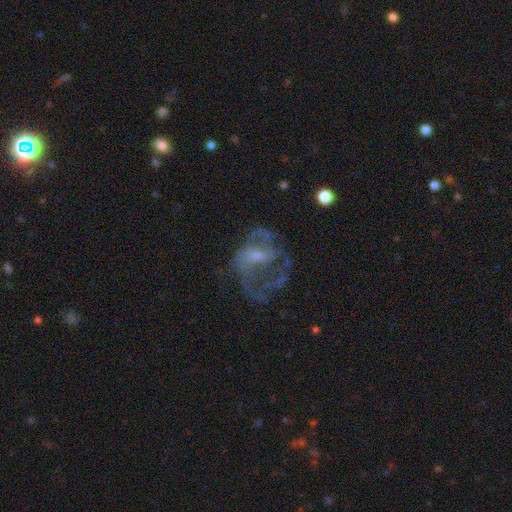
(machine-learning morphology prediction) Overall: featured or disk (70%). Edge-on disk: no (97%). Bar: no (52%; weak 37%). Spiral arms: yes (58%; no 42%). Bulge size: small (46%; moderate 31%). Merging: major disturbance (42%; none 38%).